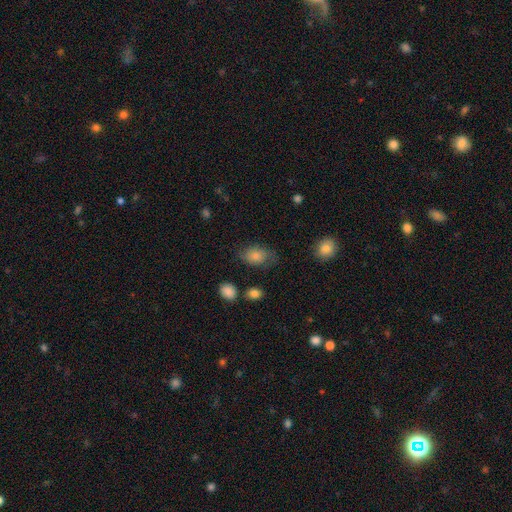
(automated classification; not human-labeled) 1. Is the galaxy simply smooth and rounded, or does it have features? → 79% smooth, 12% featured or disk, 9% star or artifact.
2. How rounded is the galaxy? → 82% in between, 16% round, 1% cigar-shaped.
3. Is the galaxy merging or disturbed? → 63% none, 25% minor disturbance, 10% major disturbance, 2% merger.